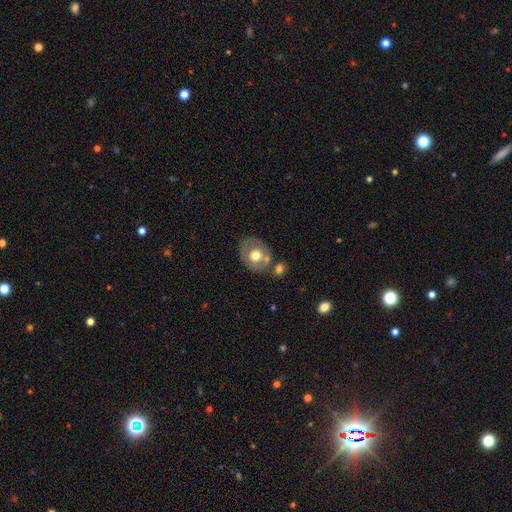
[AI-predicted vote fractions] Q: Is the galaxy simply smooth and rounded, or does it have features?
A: smooth — 57%.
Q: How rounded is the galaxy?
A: round — 60%.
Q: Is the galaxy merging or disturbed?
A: none — 60%.